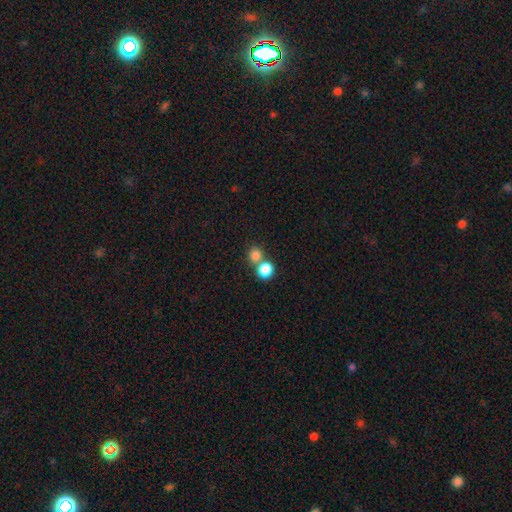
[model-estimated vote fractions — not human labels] A smooth galaxy with no disk features (82%) that is round (84%). Merging: none (51%).